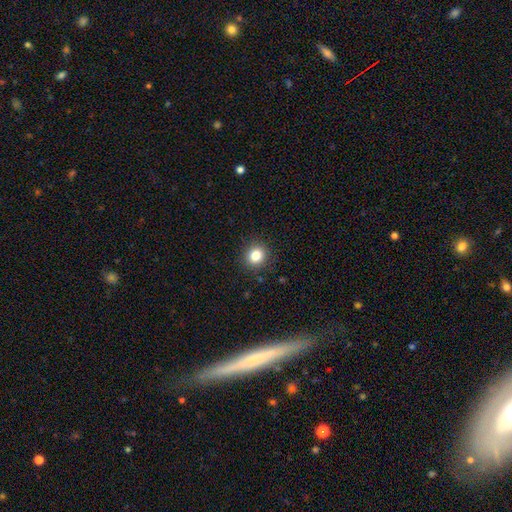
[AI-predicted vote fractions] smooth 82%, star or artifact 12%, featured or disk 6%. Down the decision tree: how rounded — round (84%); merging — none (90%).